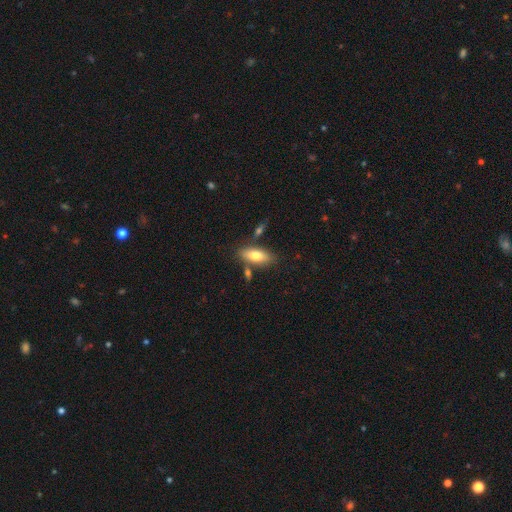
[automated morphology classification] The model was most divided on "smooth or featured": smooth: 73%, featured or disk: 20%, star or artifact: 6%. More confident: how rounded — in between (80%); merging — none (71%).